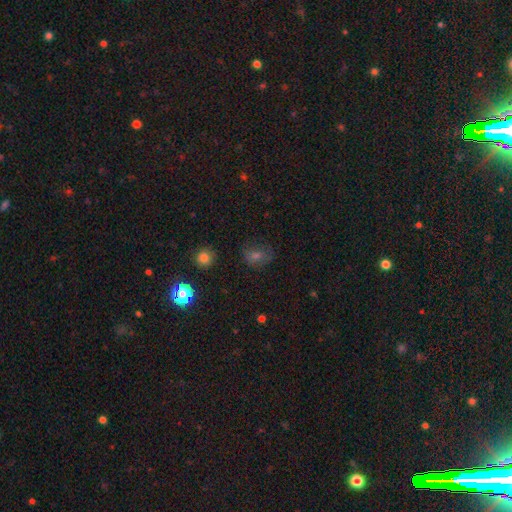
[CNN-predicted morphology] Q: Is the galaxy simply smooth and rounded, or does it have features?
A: smooth — 52%.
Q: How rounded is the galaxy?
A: in between — 49%, tied with round.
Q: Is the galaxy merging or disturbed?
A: none — 70%.